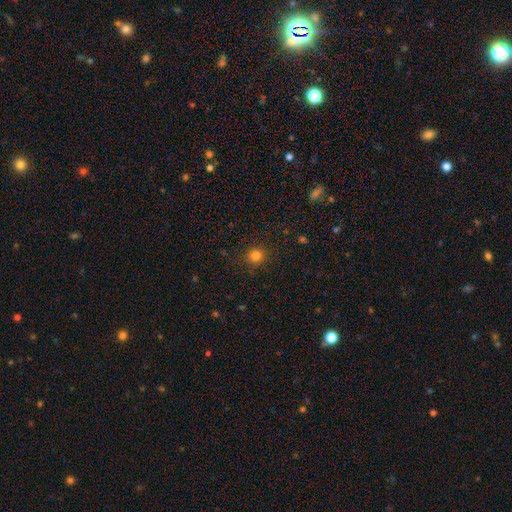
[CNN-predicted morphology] smooth-or-featured: smooth: 81% | star or artifact: 14% | featured or disk: 5%
  how-rounded: round: 89% | in between: 10% | cigar-shaped: 1%
  merging: none: 89% | minor disturbance: 8% | major disturbance: 2% | merger: 1%